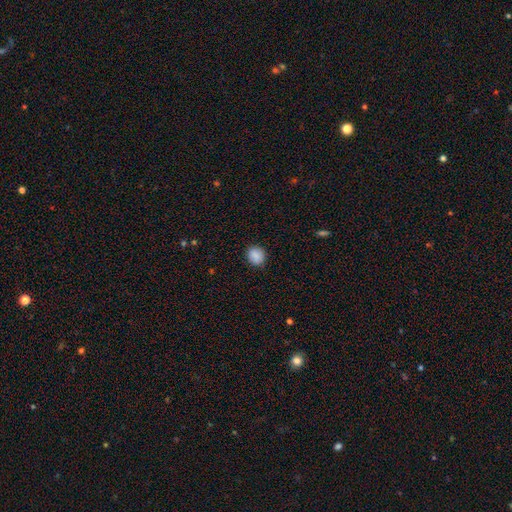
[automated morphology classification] smooth_or_featured: smooth (p=0.87) [alt: star or artifact p=0.08]
how_rounded: round (p=0.72) [alt: in between p=0.27]
merging: none (p=0.86) [alt: minor disturbance p=0.10]